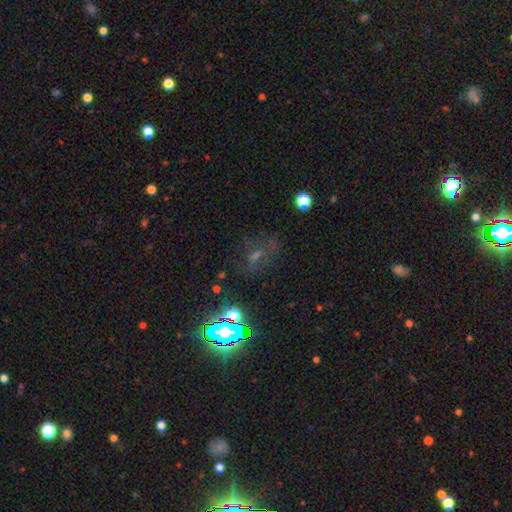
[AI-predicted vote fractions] A star or artifact, not a galaxy (42%).